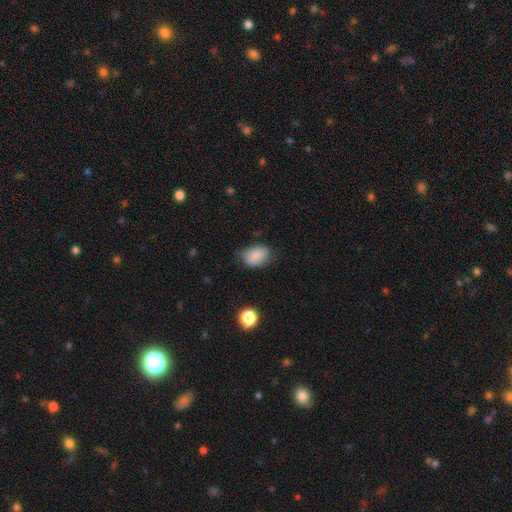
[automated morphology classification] Overall: smooth (86%). How rounded: in between (83%). Merging: none (67%).